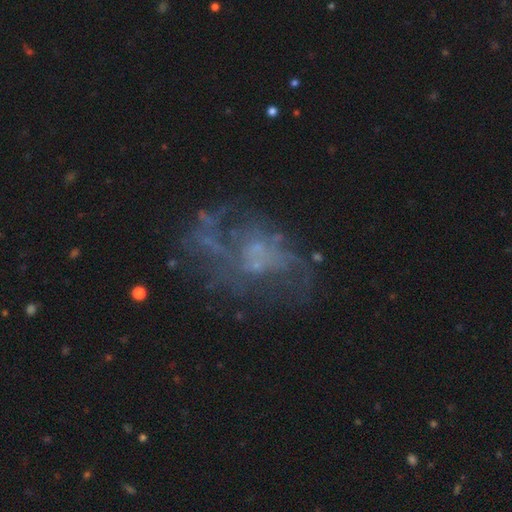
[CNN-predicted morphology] Smooth or featured? featured or disk (62%)
Edge-on disk? no (98%)
Bar? no (84%)
Spiral arms? no (66%)
Bulge size? none (59%)
Merging? none (46%)